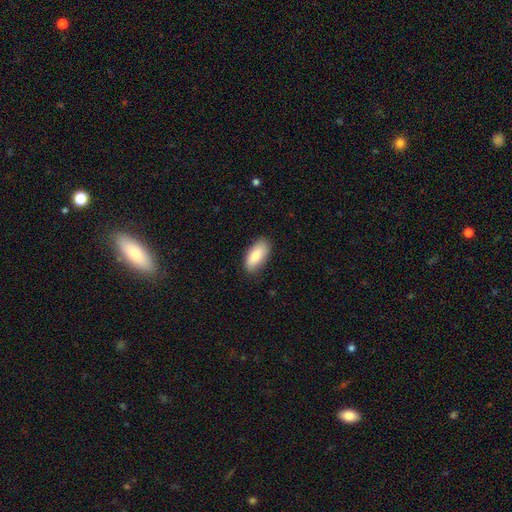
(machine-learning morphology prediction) smooth 81%, featured or disk 13%, star or artifact 6%. Down the decision tree: how rounded — in between (90%); merging — none (84%).